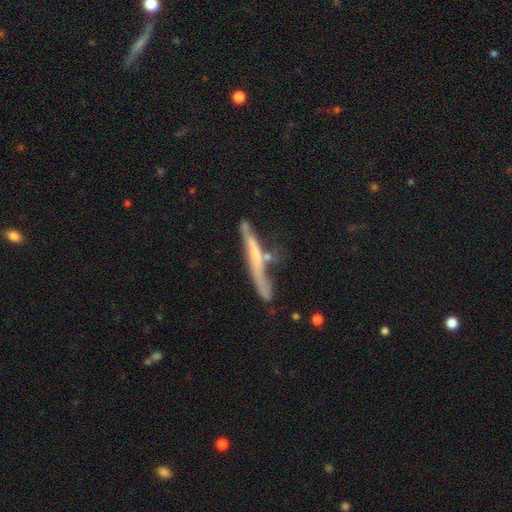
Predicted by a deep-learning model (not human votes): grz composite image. It shows a featured or disk galaxy (58%) viewed edge-on (80%). Merging: none (42%).